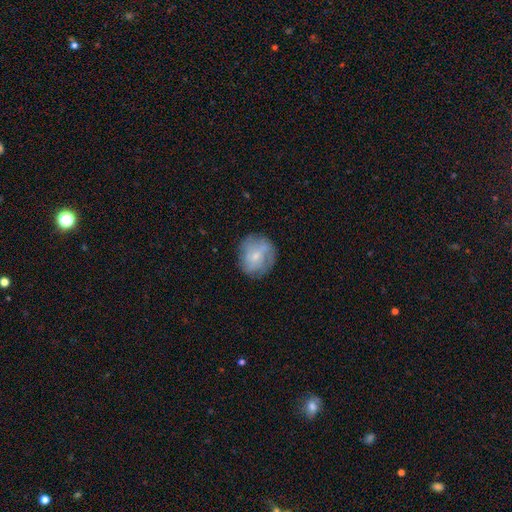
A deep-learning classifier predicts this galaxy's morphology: This appears to be a featured or disk galaxy (49%). Merging: none (69%).